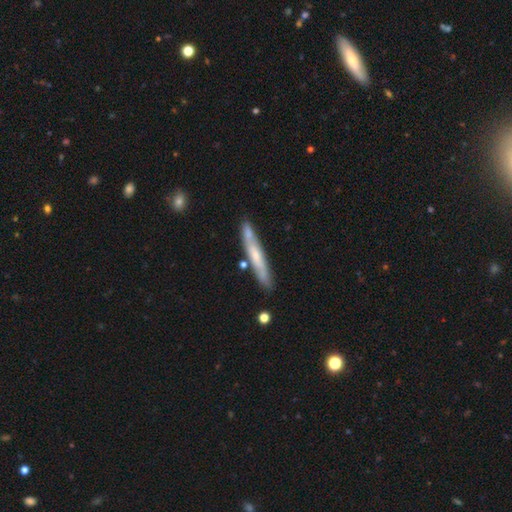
smooth-or-featured: smooth: 56% | featured or disk: 44% | star or artifact: 0%
  how-rounded: cigar-shaped: 95% | round: 5% | in between: 0%
  merging: none: 69% | minor disturbance: 22% | merger: 6% | major disturbance: 3%